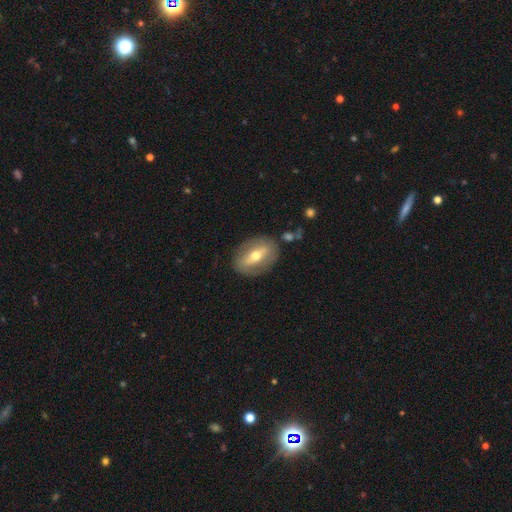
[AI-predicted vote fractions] smooth_or_featured: featured or disk (p=0.56) [alt: smooth p=0.38]
disk_edge_on: no (p=0.74) [alt: yes p=0.26]
merging: none (p=0.83) [alt: minor disturbance p=0.10]